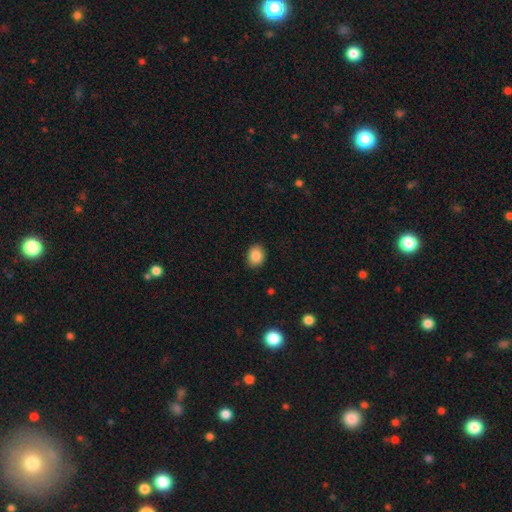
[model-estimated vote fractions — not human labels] A smooth galaxy with no disk features (87%) that is round (51%). Merging: none (88%).